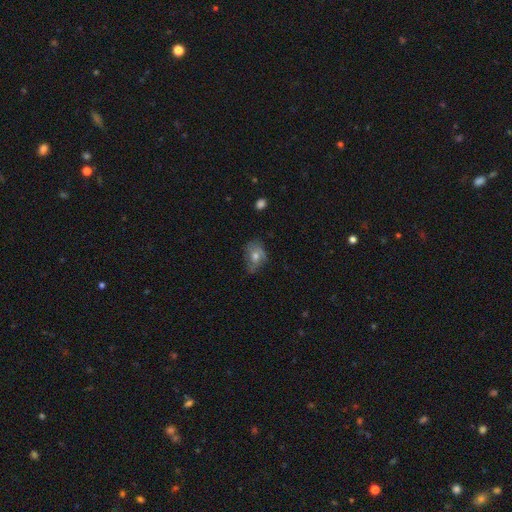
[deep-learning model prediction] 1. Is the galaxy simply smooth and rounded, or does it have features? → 50% smooth, 38% featured or disk, 12% star or artifact.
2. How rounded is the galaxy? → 65% in between, 33% round, 2% cigar-shaped.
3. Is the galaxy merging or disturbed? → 49% none, 33% minor disturbance, 16% major disturbance, 2% merger.